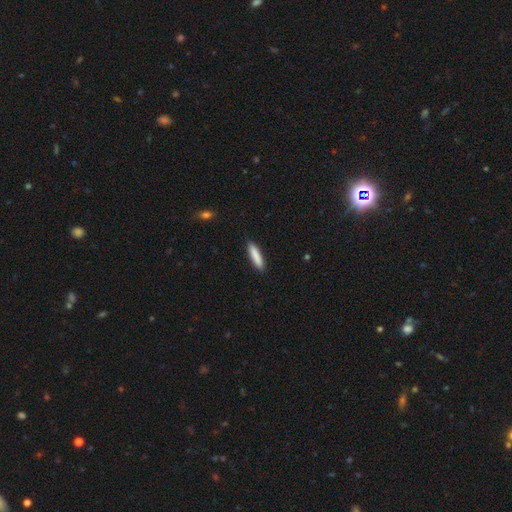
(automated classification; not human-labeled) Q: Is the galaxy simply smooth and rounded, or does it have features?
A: smooth — 87%.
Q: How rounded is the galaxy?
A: cigar-shaped — 79%.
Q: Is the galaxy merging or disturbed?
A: none — 89%.